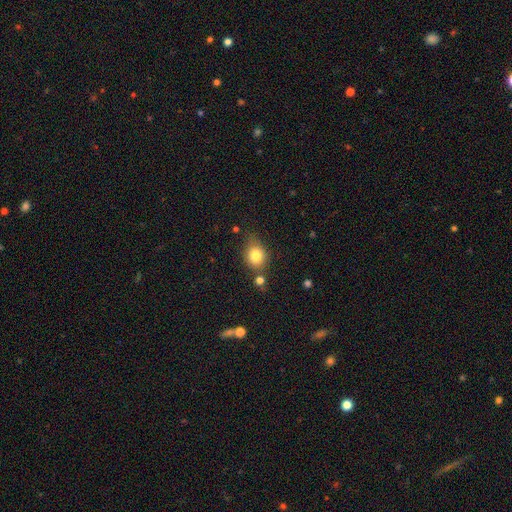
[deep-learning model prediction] This is clearly a smooth galaxy (81%). How rounded: possibly round (55%). Merging: likely none (63%).